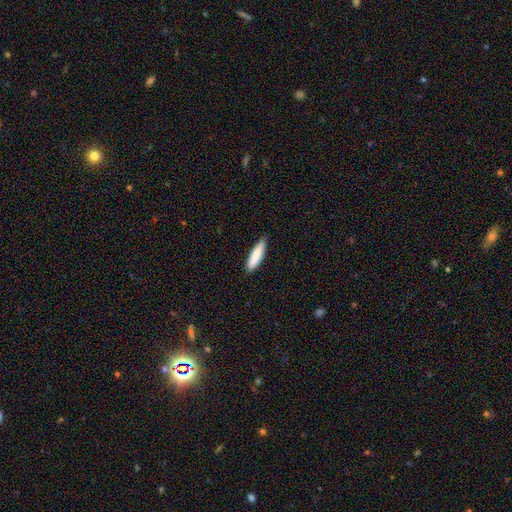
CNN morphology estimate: smooth_or_featured: smooth (p=0.86) [alt: featured or disk p=0.09]
how_rounded: cigar-shaped (p=0.74) [alt: in between p=0.25]
merging: none (p=0.86) [alt: minor disturbance p=0.11]